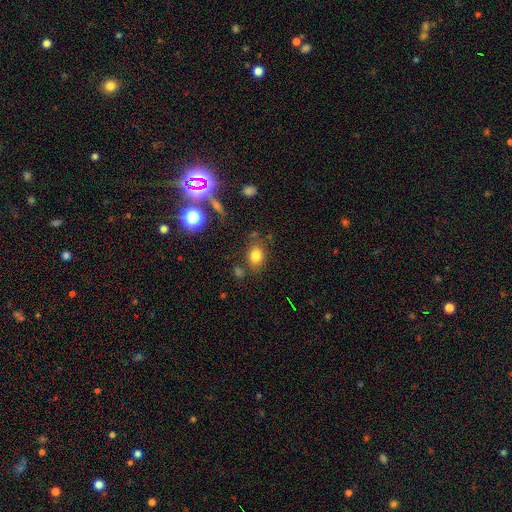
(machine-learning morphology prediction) Q: Smooth or featured?
A: smooth (78%); runner-up: star or artifact (14%)
Q: How rounded?
A: in between (61%); runner-up: round (38%)
Q: Merging?
A: none (77%); runner-up: minor disturbance (13%)